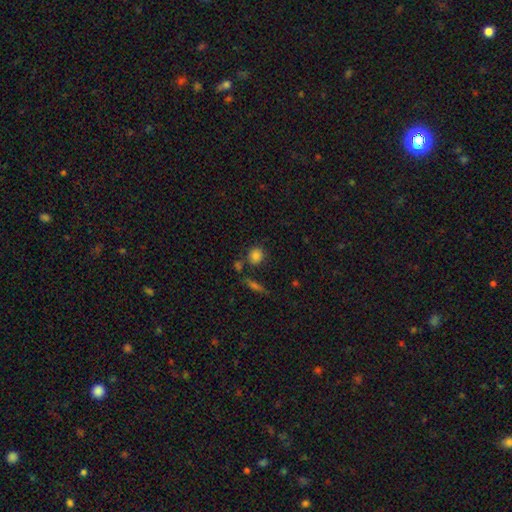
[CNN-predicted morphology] This appears to be a smooth galaxy with no disk features (83%) that is round (81%). Merging: none (74%).